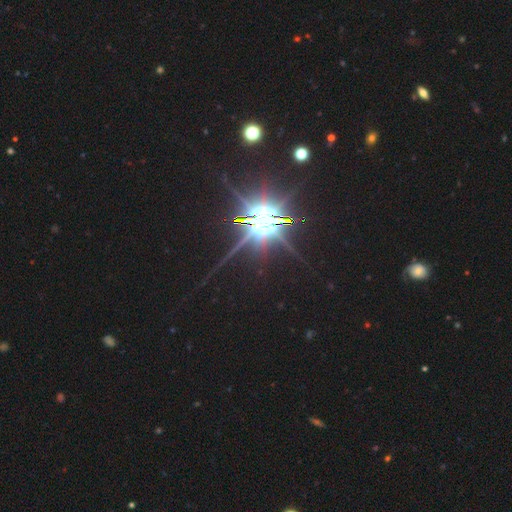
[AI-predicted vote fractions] Smooth or featured: star or artifact — 79% (featured or disk — 15%)